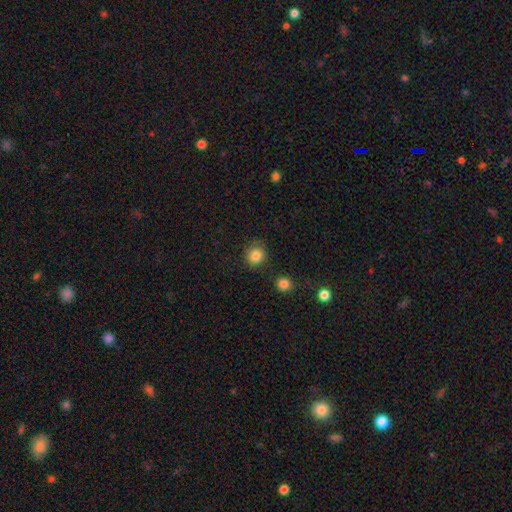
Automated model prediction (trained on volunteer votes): Smooth or featured? smooth (85%)
How rounded? round (84%)
Merging? none (81%)